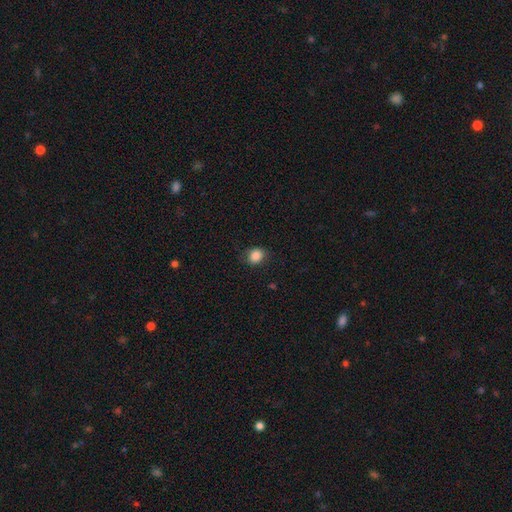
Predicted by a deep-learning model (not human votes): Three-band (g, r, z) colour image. It shows a smooth galaxy with no disk features (86%) that is round (55%). Merging: none (77%).